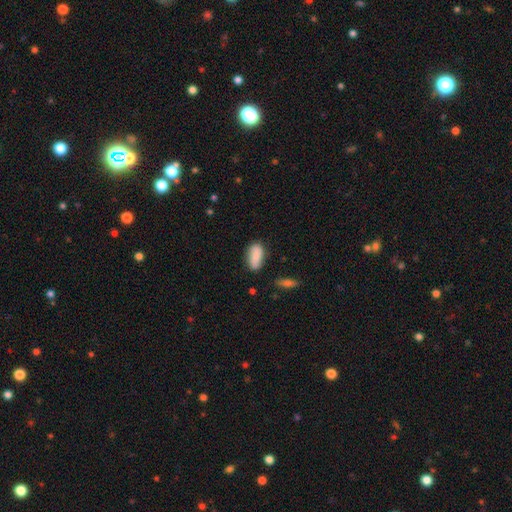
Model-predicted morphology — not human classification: A smooth galaxy with no disk features (84%) that is in between round and cigar-shaped (87%).

Vote fractions:
- Smooth or featured? smooth: 84% / featured or disk: 10% / star or artifact: 7%
- How rounded? in between: 87% / cigar-shaped: 9% / round: 3%
- Merging? none: 77% / minor disturbance: 17% / major disturbance: 3% / merger: 3%